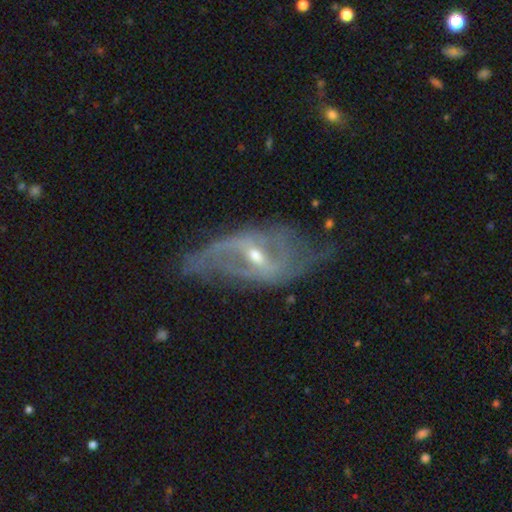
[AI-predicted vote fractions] The model was most divided on "spiral winding": medium: 42%, loose: 38%, tight: 21%. Remaining: edge-on disk — no (93%); spiral arms — yes (90%); smooth or featured — featured or disk (88%); spiral arm count — 2 (77%); merging — none (57%); bulge size — moderate (51%); bar — weak (45%).